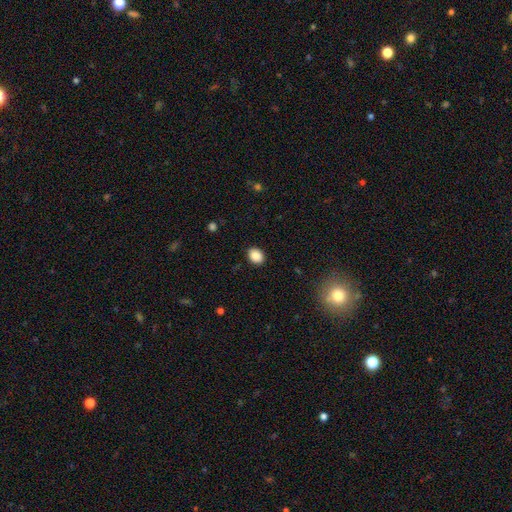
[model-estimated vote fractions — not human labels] Q: Smooth or featured?
A: smooth (88%); runner-up: star or artifact (9%)
Q: How rounded?
A: in between (54%); runner-up: round (45%)
Q: Merging?
A: none (89%); runner-up: minor disturbance (7%)